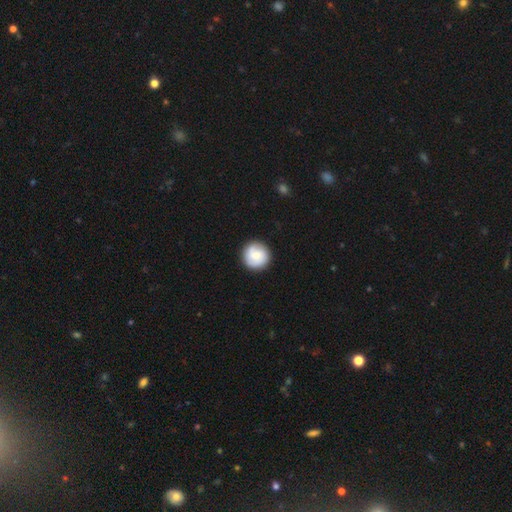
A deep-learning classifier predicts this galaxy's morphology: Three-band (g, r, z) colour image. It shows a smooth galaxy with no disk features (64%) that is round (95%). Merging: none (87%).